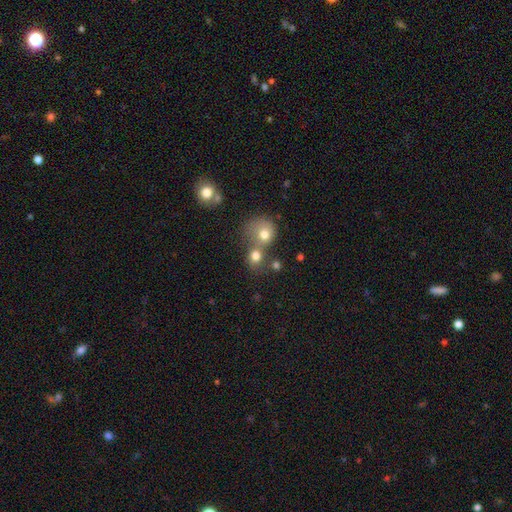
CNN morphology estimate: Overall: smooth (75%). How rounded: round (75%). Merging: merger (51%; none 36%).